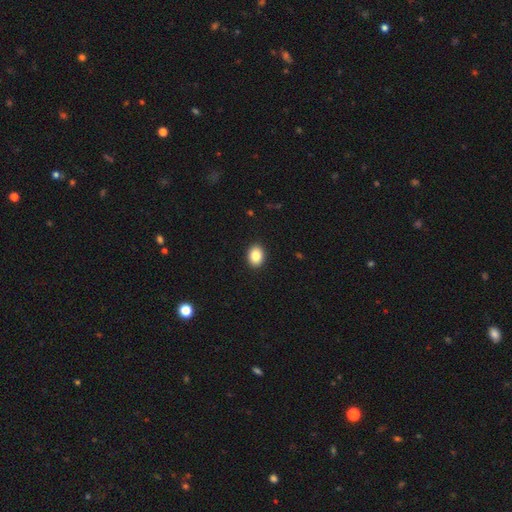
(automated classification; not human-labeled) This is clearly a smooth galaxy (86%). How rounded: likely in between (64%). Merging: clearly none (92%).